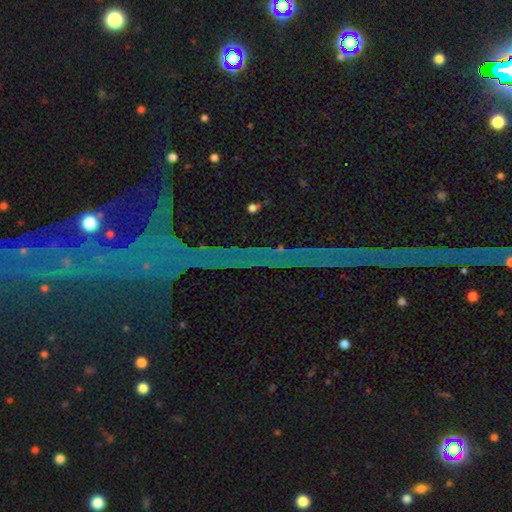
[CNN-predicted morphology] Smooth or featured?
  - star or artifact: 85% *
  - featured or disk: 8%
  - smooth: 7%